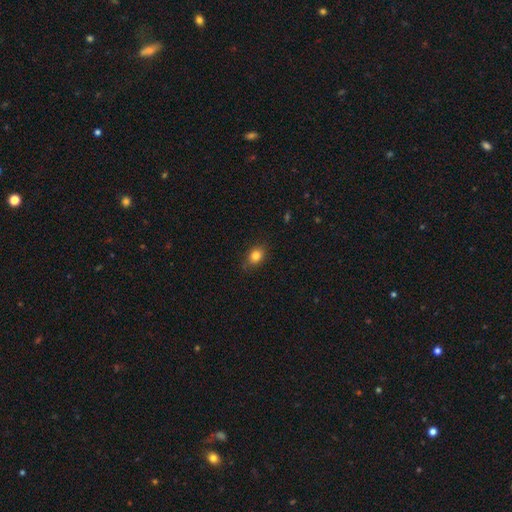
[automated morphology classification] Smooth or featured? Predicted: smooth (p=0.82). How rounded? Predicted: in between (p=0.59). Merging? Predicted: none (p=0.81).